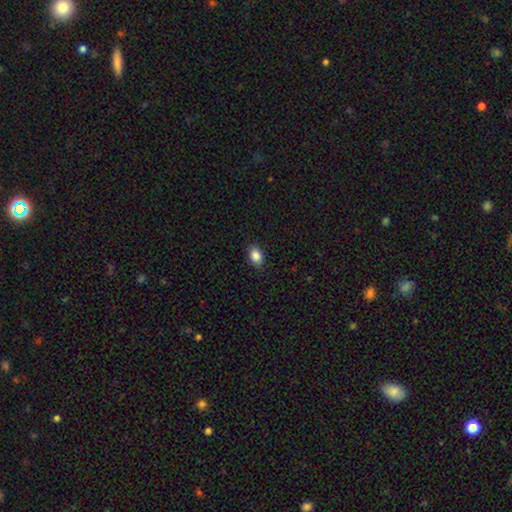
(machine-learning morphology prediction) smooth_or_featured: smooth (p=0.87) [alt: star or artifact p=0.09]
how_rounded: in between (p=0.79) [alt: round p=0.19]
merging: none (p=0.87) [alt: minor disturbance p=0.10]